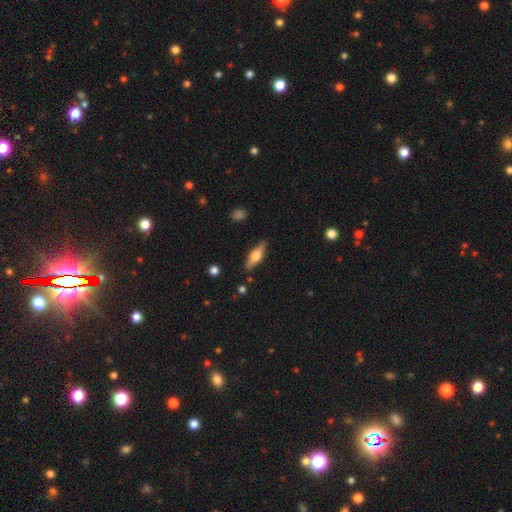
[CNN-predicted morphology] smooth_or_featured: smooth (p=0.49) [alt: featured or disk p=0.45]
merging: none (p=0.86) [alt: minor disturbance p=0.10]